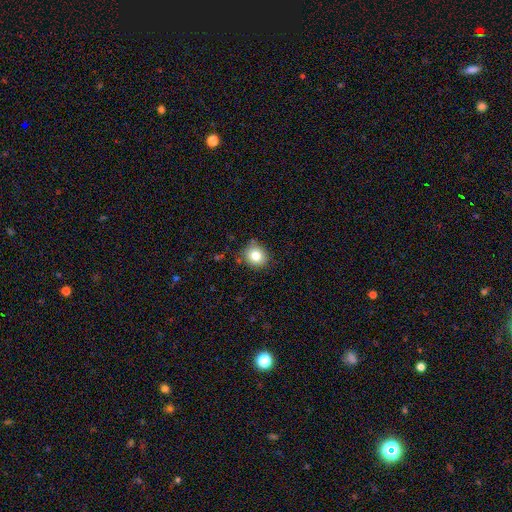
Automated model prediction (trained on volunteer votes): A smooth galaxy with no disk features (81%) that is round (85%). Merging: none (82%).